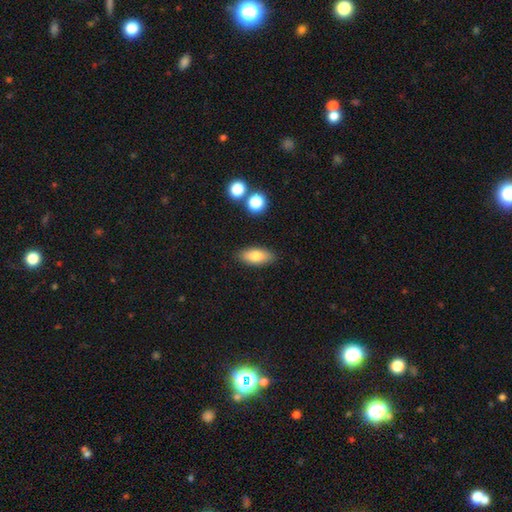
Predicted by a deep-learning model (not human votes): smooth_or_featured: smooth (p=0.77) [alt: featured or disk p=0.16]
how_rounded: in between (p=0.81) [alt: cigar-shaped p=0.15]
merging: none (p=0.86) [alt: minor disturbance p=0.09]